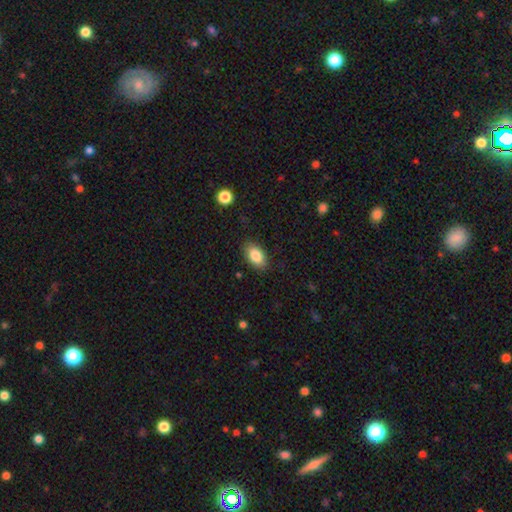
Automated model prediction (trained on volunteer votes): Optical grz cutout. It shows a smooth galaxy with no disk features (85%) that is in between round and cigar-shaped (92%). Merging: none (86%).